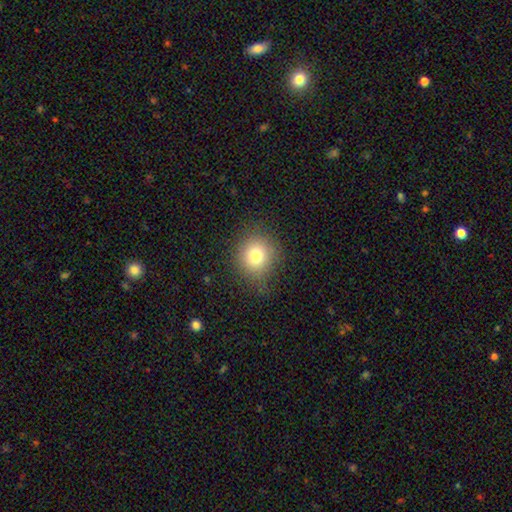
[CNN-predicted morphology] type=smooth (77%); roundness=round (87%); merging=none (80%).